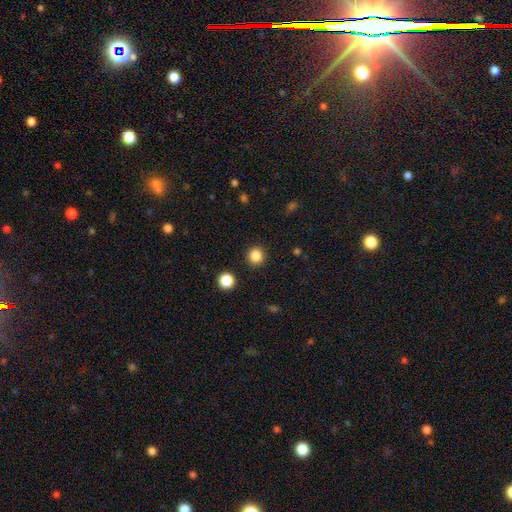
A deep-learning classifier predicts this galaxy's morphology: type=smooth (86%); roundness=round (91%); merging=none (91%).